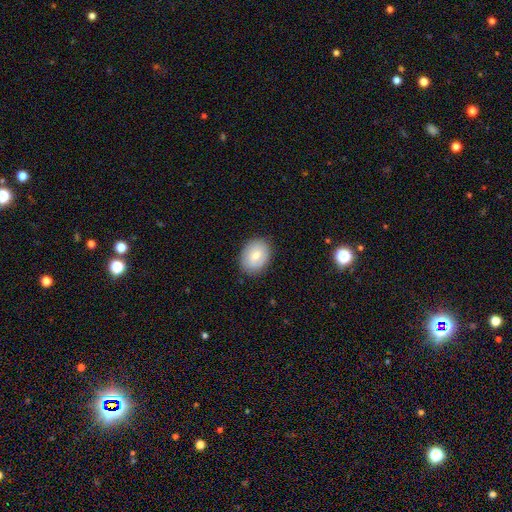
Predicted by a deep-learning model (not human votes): Morphology: type=smooth (75%); roundness=in between (66%); merging=none (85%).